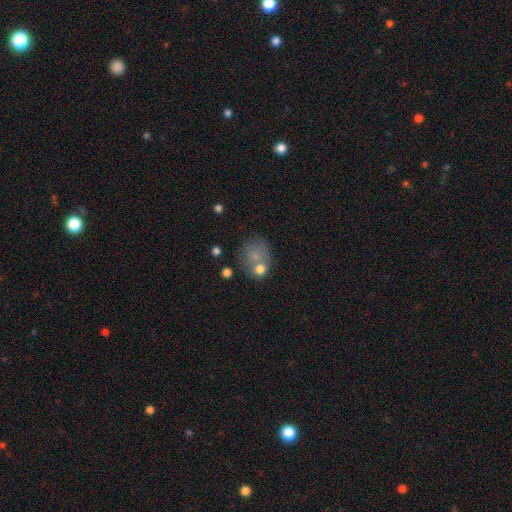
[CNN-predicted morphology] smooth-or-featured: smooth: 70% | featured or disk: 17% | star or artifact: 13%
  how-rounded: round: 70% | in between: 29% | cigar-shaped: 1%
  merging: none: 50% | merger: 24% | minor disturbance: 17% | major disturbance: 10%